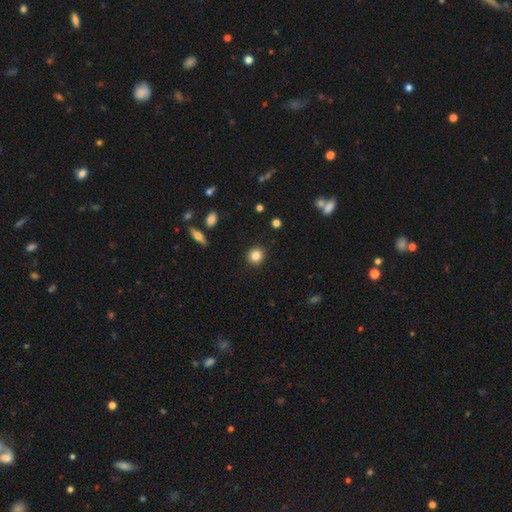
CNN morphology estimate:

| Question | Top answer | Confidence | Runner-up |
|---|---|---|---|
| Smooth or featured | smooth | 84% | star or artifact (10%) |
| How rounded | round | 90% | in between (9%) |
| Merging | none | 92% | minor disturbance (5%) |